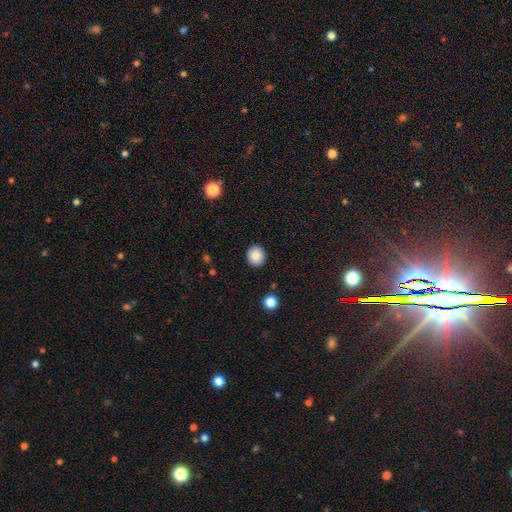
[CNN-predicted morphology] smooth 88%, star or artifact 9%, featured or disk 3%. Down the decision tree: how rounded — round (83%); merging — none (91%).